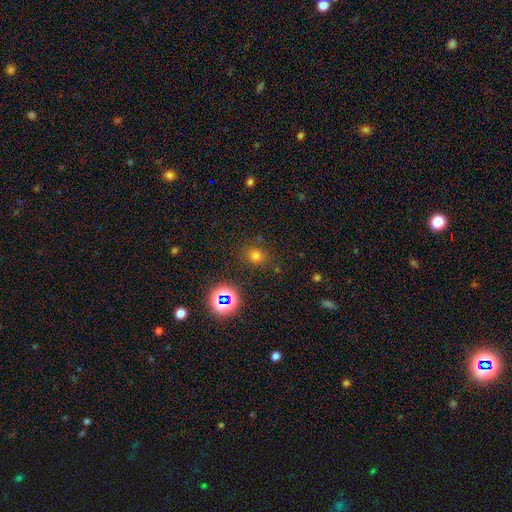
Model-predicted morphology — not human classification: A smooth galaxy with no disk features (70%) that is round (77%).

Vote fractions:
- Smooth or featured? smooth: 70% / star or artifact: 24% / featured or disk: 6%
- How rounded? round: 77% / in between: 22% / cigar-shaped: 1%
- Merging? none: 82% / minor disturbance: 10% / major disturbance: 4% / merger: 3%